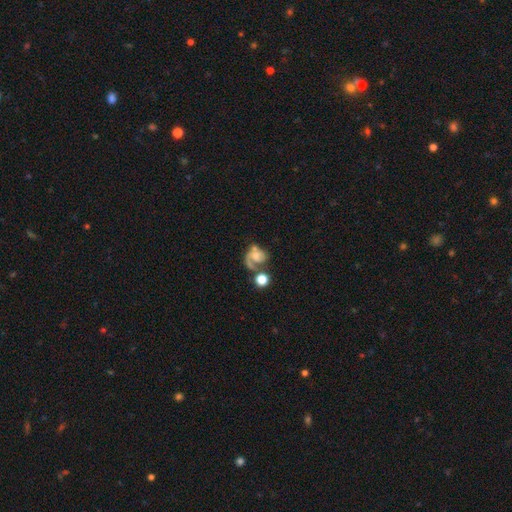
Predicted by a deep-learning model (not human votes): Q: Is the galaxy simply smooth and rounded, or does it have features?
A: featured or disk — 60%.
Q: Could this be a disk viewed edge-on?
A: no — 98%.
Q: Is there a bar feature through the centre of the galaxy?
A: no — 74%.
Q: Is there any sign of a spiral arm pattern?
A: yes — 82%.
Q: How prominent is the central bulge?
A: small — 40%.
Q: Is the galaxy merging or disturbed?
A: none — 29%, tied with merger.